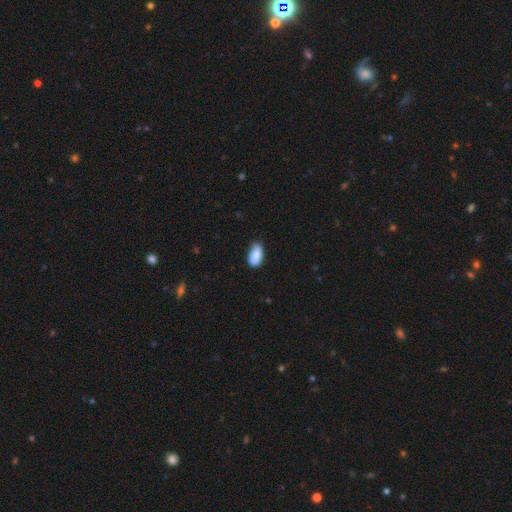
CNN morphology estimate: This appears to be a smooth galaxy with no disk features (83%) that is in between round and cigar-shaped (93%). Merging: none (62%).